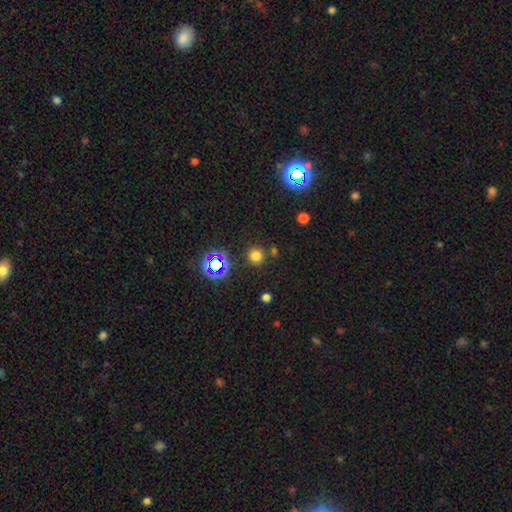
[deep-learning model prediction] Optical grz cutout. It shows a smooth galaxy with no disk features (71%) that is round (93%). Merging: none (85%).